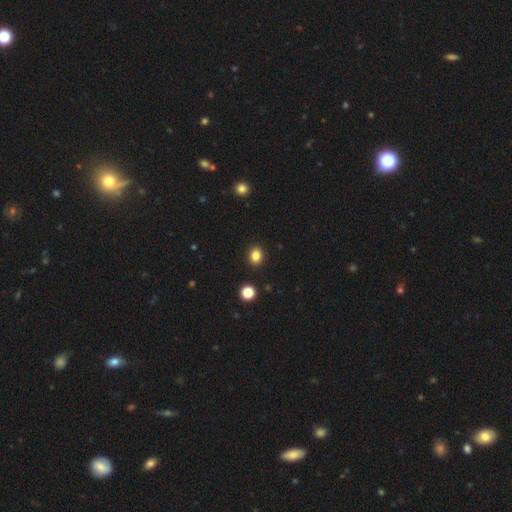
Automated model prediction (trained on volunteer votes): This appears to be a smooth galaxy with no disk features (84%) that is round (54%). Merging: none (90%).